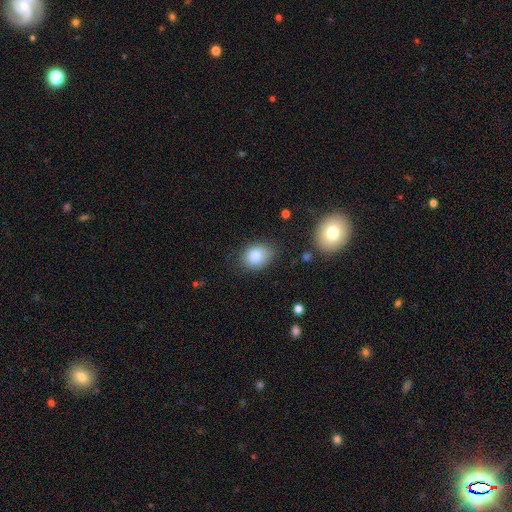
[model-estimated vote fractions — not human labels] smooth 85%, star or artifact 9%, featured or disk 7%. Down the decision tree: how rounded — in between (62%); merging — none (71%).